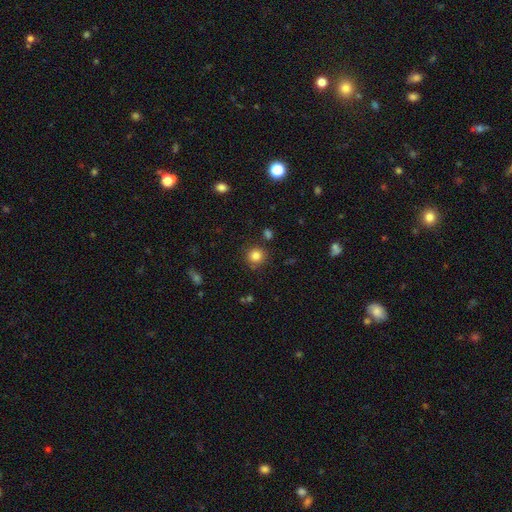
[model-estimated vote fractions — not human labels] A smooth galaxy with no disk features (83%) that is round (90%).

Vote fractions:
- Smooth or featured? smooth: 83% / star or artifact: 11% / featured or disk: 6%
- How rounded? round: 90% / in between: 9% / cigar-shaped: 1%
- Merging? none: 83% / minor disturbance: 10% / merger: 4% / major disturbance: 3%